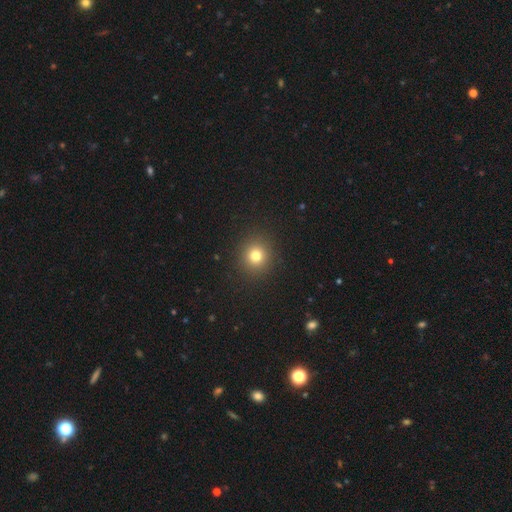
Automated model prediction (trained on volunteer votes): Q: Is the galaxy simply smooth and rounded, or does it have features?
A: smooth — 78%.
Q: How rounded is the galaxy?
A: round — 90%.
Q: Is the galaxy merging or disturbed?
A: none — 91%.